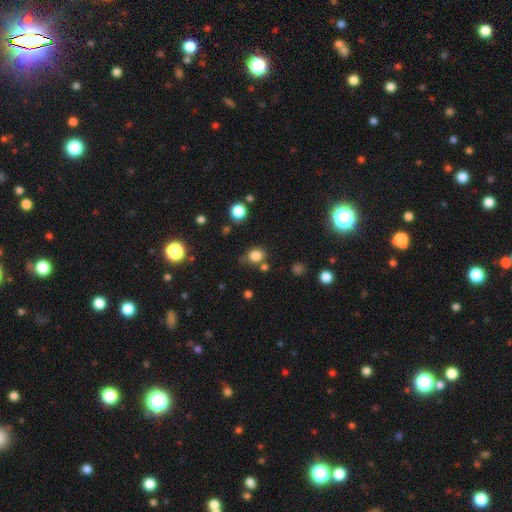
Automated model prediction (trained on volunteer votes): This is clearly a smooth galaxy (81%). How rounded: likely round (64%). Merging: likely none (66%).